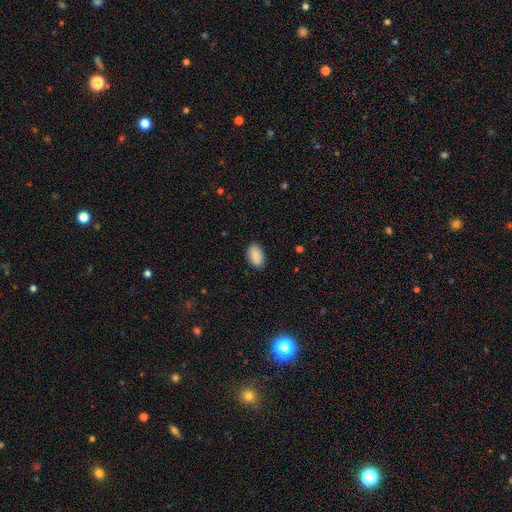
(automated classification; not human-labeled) Q: Smooth or featured?
A: smooth (90%); runner-up: star or artifact (6%)
Q: How rounded?
A: in between (93%); runner-up: round (5%)
Q: Merging?
A: none (86%); runner-up: minor disturbance (11%)